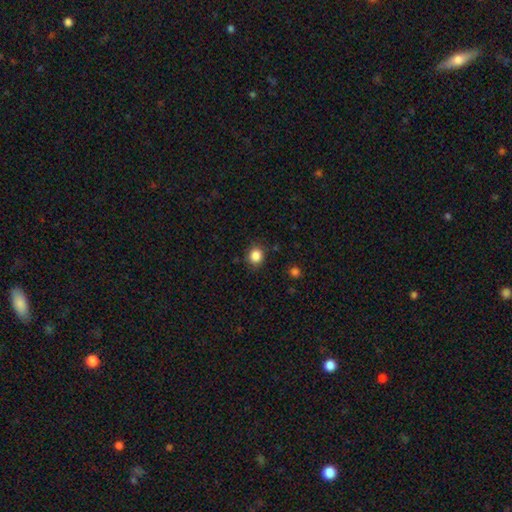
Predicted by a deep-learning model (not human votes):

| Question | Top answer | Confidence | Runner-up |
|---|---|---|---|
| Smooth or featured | smooth | 86% | star or artifact (10%) |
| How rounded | round | 77% | in between (22%) |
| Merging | none | 86% | minor disturbance (10%) |